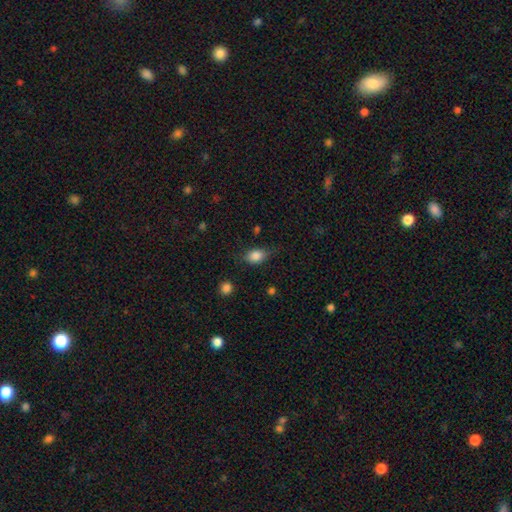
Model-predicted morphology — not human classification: Smooth or featured?
  - smooth: 84% *
  - star or artifact: 9%
  - featured or disk: 7%
How rounded?
  - in between: 75% *
  - round: 22%
  - cigar-shaped: 2%
Merging?
  - none: 66% *
  - minor disturbance: 25%
  - major disturbance: 7%
  - merger: 2%